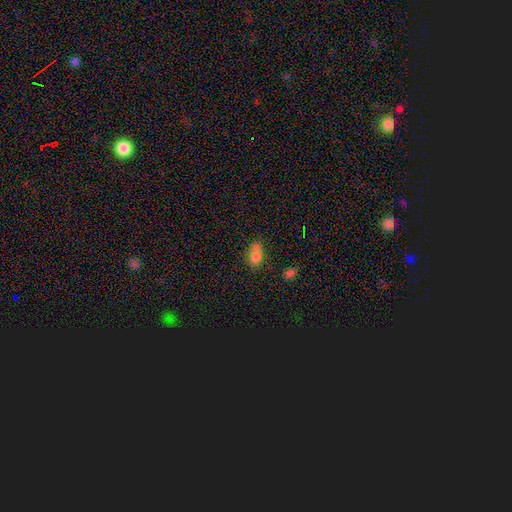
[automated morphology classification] Smooth or featured: smooth — 77% (star or artifact — 14%)
How rounded: in between — 83% (round — 13%)
Merging: none — 50% (minor disturbance — 24%)